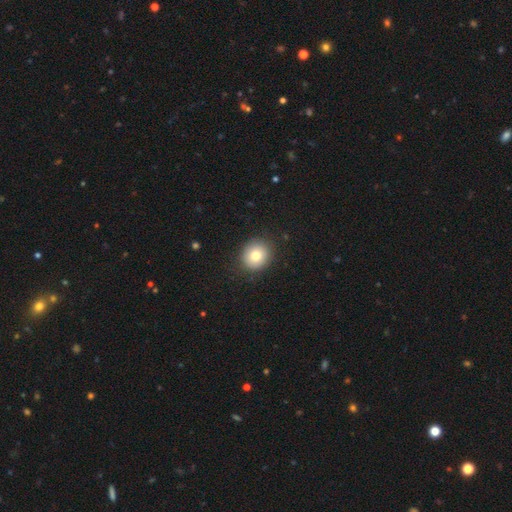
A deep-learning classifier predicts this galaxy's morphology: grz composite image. It shows a smooth galaxy with no disk features (78%) that is round (82%). Merging: none (89%).